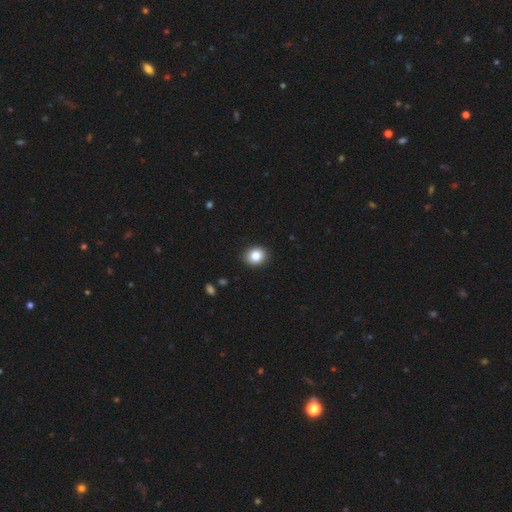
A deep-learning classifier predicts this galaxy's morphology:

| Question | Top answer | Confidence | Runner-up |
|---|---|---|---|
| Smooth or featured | smooth | 85% | star or artifact (9%) |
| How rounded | round | 62% | in between (37%) |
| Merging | none | 90% | minor disturbance (7%) |